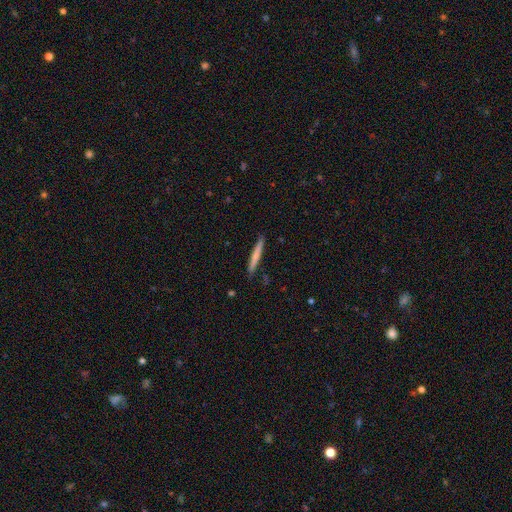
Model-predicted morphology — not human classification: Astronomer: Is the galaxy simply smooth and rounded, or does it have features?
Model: smooth — 64%.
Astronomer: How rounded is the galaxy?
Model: cigar-shaped — 96%.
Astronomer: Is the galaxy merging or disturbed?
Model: none — 87%.